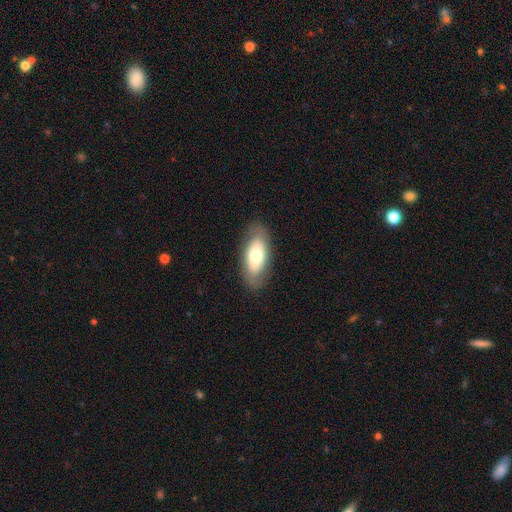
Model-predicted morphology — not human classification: smooth-or-featured: smooth: 59% | featured or disk: 34% | star or artifact: 6%
  how-rounded: in between: 89% | cigar-shaped: 7% | round: 4%
  merging: none: 81% | minor disturbance: 13% | major disturbance: 4% | merger: 1%